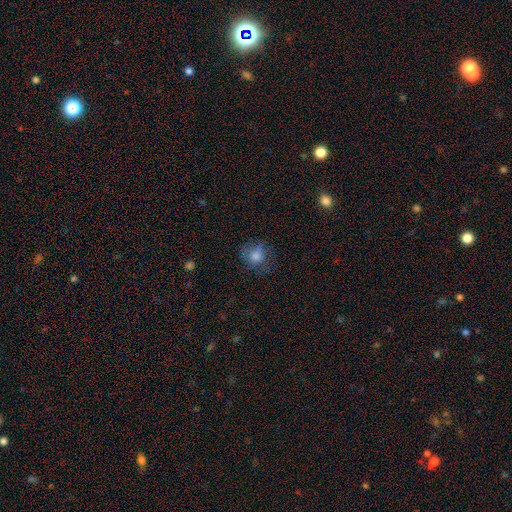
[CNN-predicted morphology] Smooth or featured? smooth (72%)
How rounded? round (78%)
Merging? none (65%)